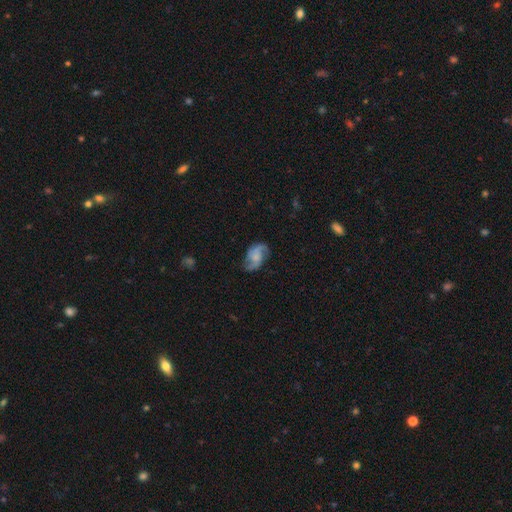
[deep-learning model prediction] smooth-or-featured: featured or disk: 72% | smooth: 20% | star or artifact: 7%
  disk-edge-on: no: 97% | yes: 3%
    bar: no: 61% | weak: 32% | strong: 6%
    has-spiral-arms: yes: 93% | no: 7%
      spiral-winding: loose: 45% | medium: 41% | tight: 14%
      spiral-arm-count: 2: 83% | can't tell: 6% | 3: 6% | 1: 2% | 4: 2% | more than 4: 2%
    bulge-size: none: 34% | small: 31% | moderate: 25% | large: 8% | dominant: 2%
  merging: none: 70% | minor disturbance: 19% | major disturbance: 9% | merger: 2%